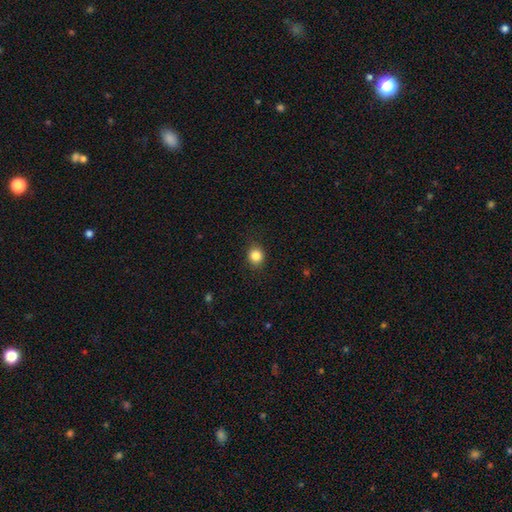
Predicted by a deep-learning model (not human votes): Q: Smooth or featured?
A: smooth (85%); runner-up: star or artifact (11%)
Q: How rounded?
A: round (84%); runner-up: in between (15%)
Q: Merging?
A: none (87%); runner-up: minor disturbance (9%)